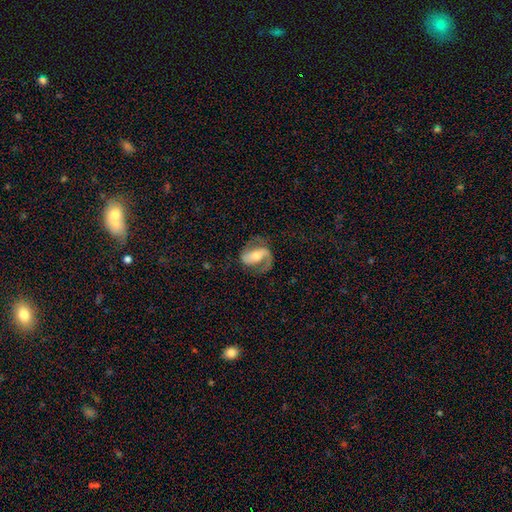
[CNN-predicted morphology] Overall: featured or disk (82%). Edge-on disk: no (97%). Bar: strong (45%; weak 32%). Spiral arms: yes (94%). Spiral arm count: 2 (83%). Spiral winding: medium (51%; loose 30%). Bulge size: moderate (55%; small 32%). Merging: none (68%).